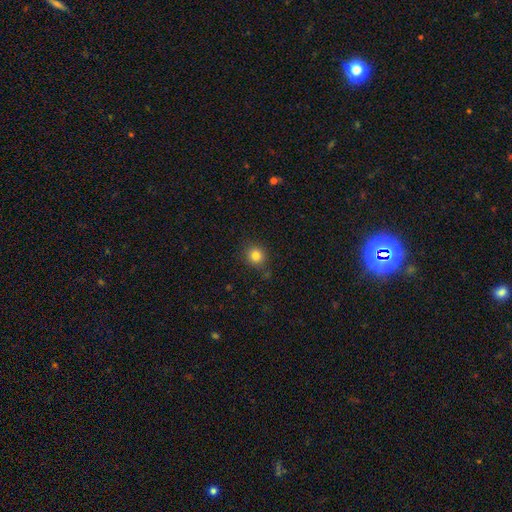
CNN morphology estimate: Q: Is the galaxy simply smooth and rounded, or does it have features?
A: smooth — 83%.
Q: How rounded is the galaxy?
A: round — 87%.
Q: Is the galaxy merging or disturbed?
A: none — 84%.